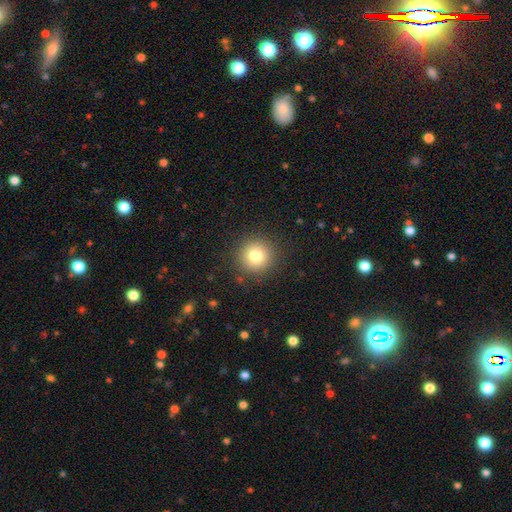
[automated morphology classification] Smooth or featured?
  - smooth: 79% *
  - star or artifact: 12%
  - featured or disk: 9%
How rounded?
  - round: 95% *
  - in between: 4%
  - cigar-shaped: 1%
Merging?
  - none: 89% *
  - minor disturbance: 7%
  - major disturbance: 3%
  - merger: 1%